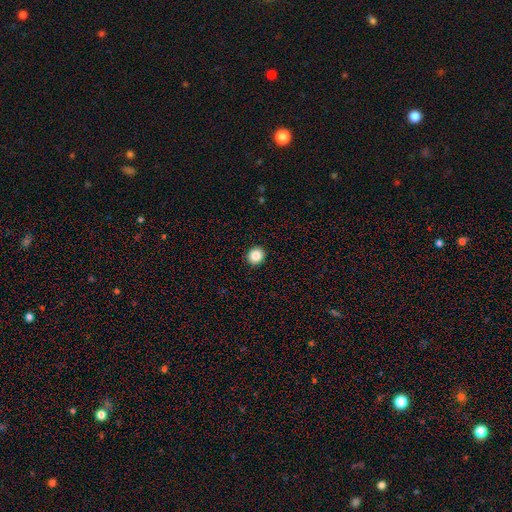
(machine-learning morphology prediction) Q: Smooth or featured?
A: smooth (87%); runner-up: star or artifact (9%)
Q: How rounded?
A: round (87%); runner-up: in between (13%)
Q: Merging?
A: none (93%); runner-up: minor disturbance (5%)